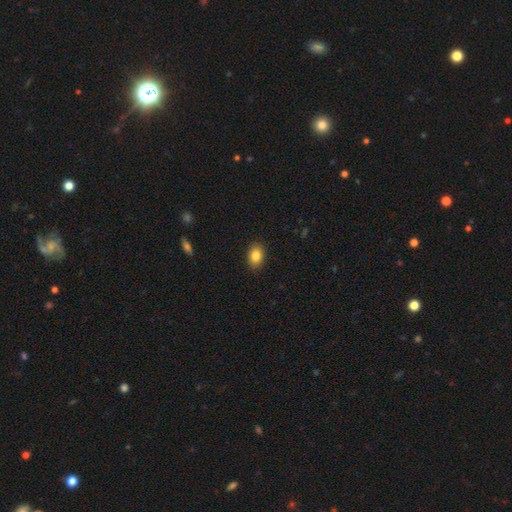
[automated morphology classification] Q: Smooth or featured?
A: smooth (85%); runner-up: star or artifact (8%)
Q: How rounded?
A: in between (75%); runner-up: round (24%)
Q: Merging?
A: none (88%); runner-up: minor disturbance (9%)